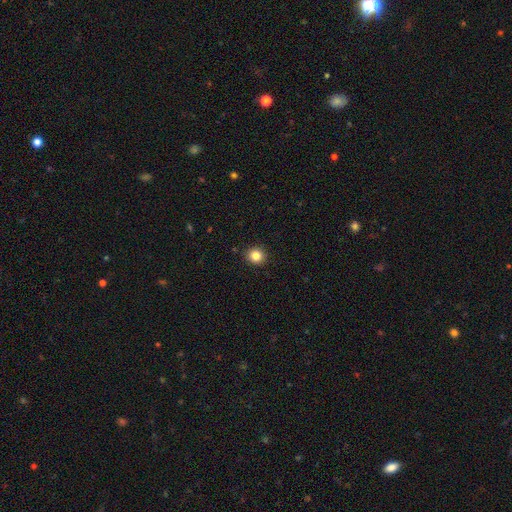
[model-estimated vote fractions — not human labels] A smooth galaxy with no disk features (84%) that is round (89%). Merging: none (92%).